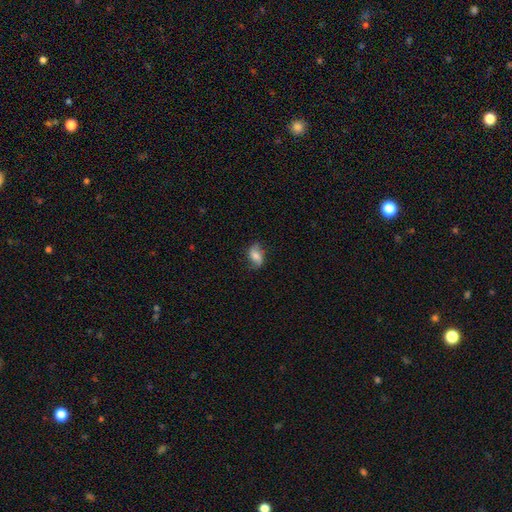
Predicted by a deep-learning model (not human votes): Overall: smooth (50%; featured or disk 41%). Merging: none (72%).